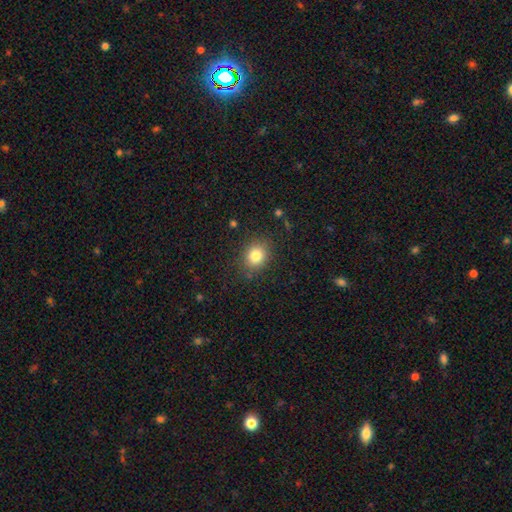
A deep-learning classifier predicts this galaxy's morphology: Q: Smooth or featured?
A: smooth (82%); runner-up: star or artifact (11%)
Q: How rounded?
A: round (60%); runner-up: in between (39%)
Q: Merging?
A: none (85%); runner-up: minor disturbance (11%)